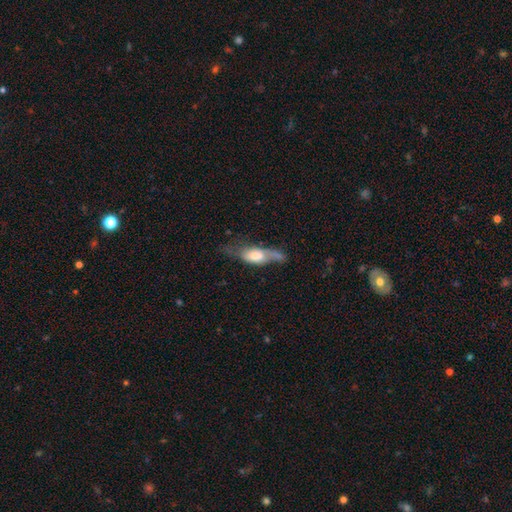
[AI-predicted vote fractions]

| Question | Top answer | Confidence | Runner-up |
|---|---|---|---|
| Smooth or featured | smooth | 47% | featured or disk (46%) |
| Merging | none | 38% | minor disturbance (30%) |